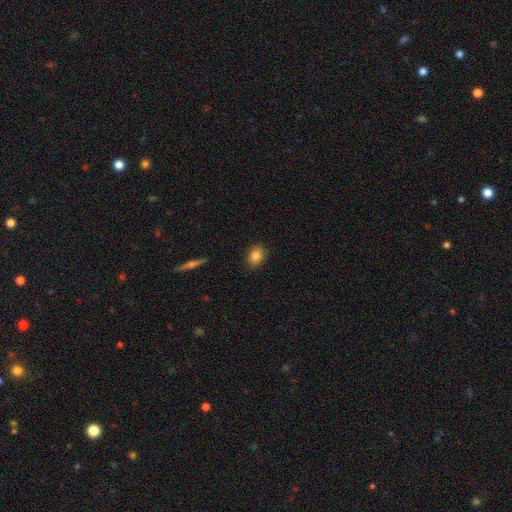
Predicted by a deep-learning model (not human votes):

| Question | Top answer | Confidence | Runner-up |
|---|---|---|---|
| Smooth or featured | smooth | 83% | star or artifact (9%) |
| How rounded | in between | 62% | round (37%) |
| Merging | none | 87% | minor disturbance (10%) |